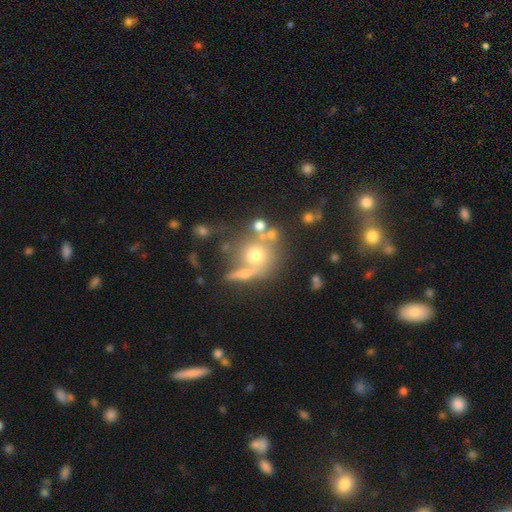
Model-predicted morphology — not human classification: smooth_or_featured: smooth (p=0.59) [alt: featured or disk p=0.25]
how_rounded: round (p=0.85) [alt: in between p=0.12]
merging: none (p=0.51) [alt: merger p=0.29]